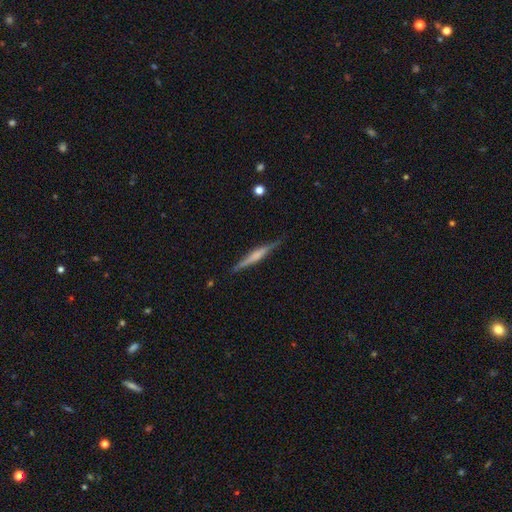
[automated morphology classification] Smooth or featured: featured or disk — 62% (smooth — 32%)
Edge-on disk: yes — 98% (no — 2%)
Edge-on bulge: rounded — 43% (none — 29%)
Merging: none — 88% (minor disturbance — 9%)